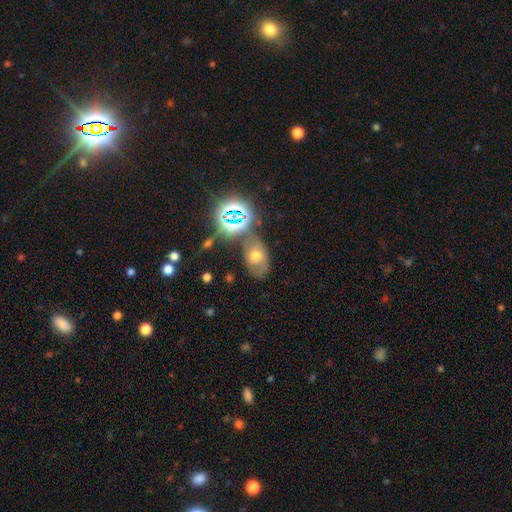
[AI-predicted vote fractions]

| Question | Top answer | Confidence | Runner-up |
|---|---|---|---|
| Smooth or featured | smooth | 52% | star or artifact (25%) |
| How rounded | in between | 83% | round (15%) |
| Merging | none | 60% | minor disturbance (20%) |